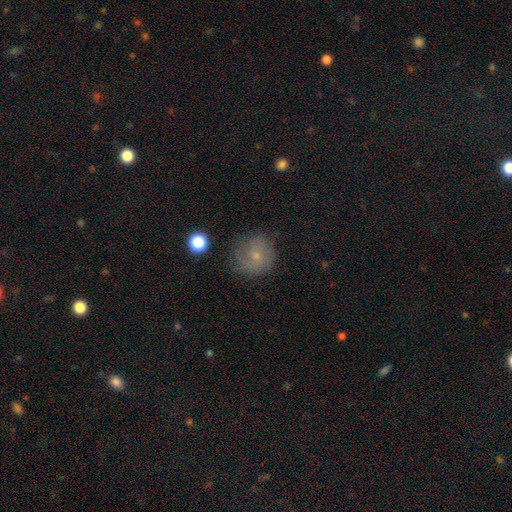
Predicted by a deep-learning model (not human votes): A smooth galaxy with no disk features (64%) that is round (87%). Merging: none (73%).